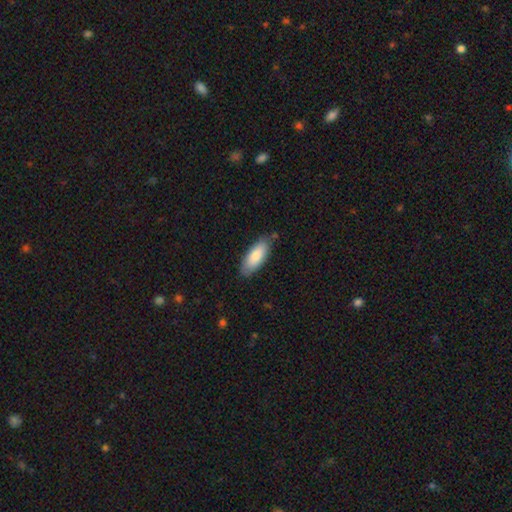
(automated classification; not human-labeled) Smooth or featured? Predicted: smooth (p=0.81). How rounded? Predicted: in between (p=0.76). Merging? Predicted: none (p=0.80).